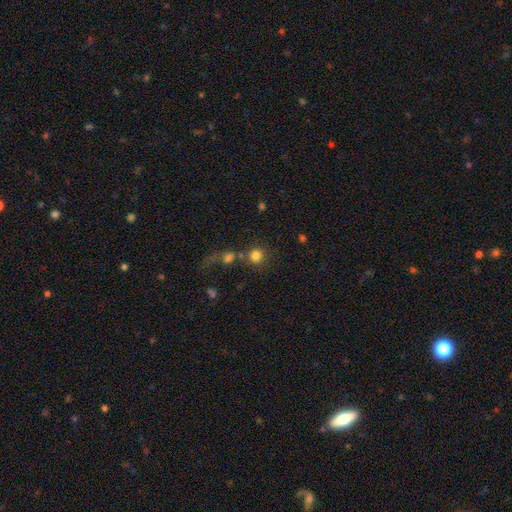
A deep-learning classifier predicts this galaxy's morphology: Overall: smooth (81%). How rounded: round (90%). Merging: none (64%).